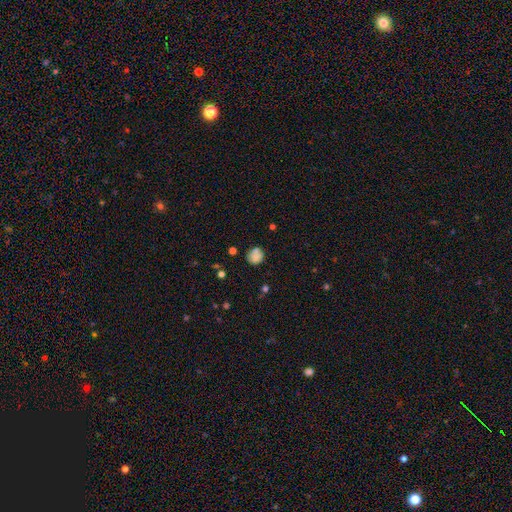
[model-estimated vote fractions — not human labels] This is likely a smooth galaxy (78%). How rounded: clearly round (81%). Merging: likely none (65%).